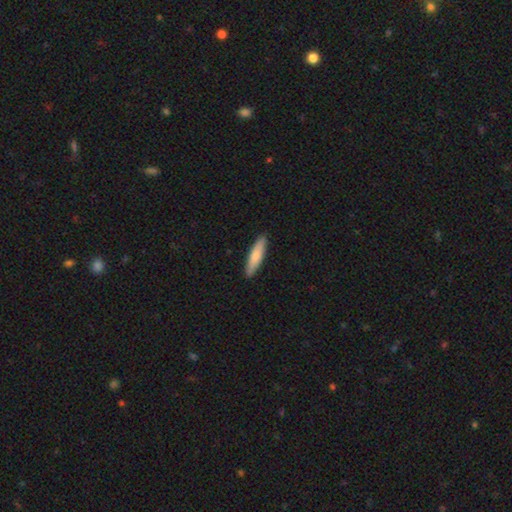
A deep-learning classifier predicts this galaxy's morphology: Smooth or featured: smooth — 78% (featured or disk — 17%)
How rounded: cigar-shaped — 78% (in between — 20%)
Merging: none — 91% (minor disturbance — 7%)